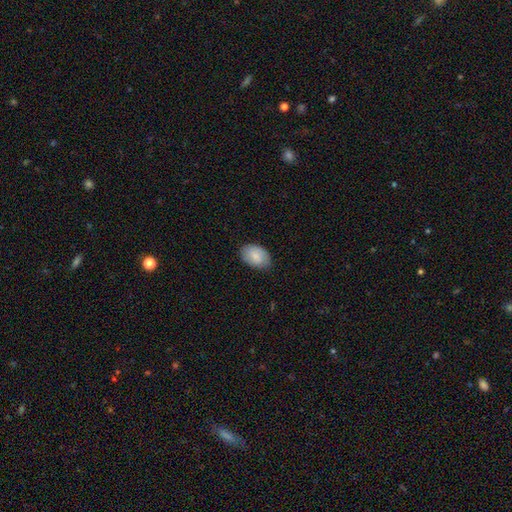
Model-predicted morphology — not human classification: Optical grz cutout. It shows a smooth galaxy with no disk features (81%) that is in between round and cigar-shaped (88%). Merging: none (79%).